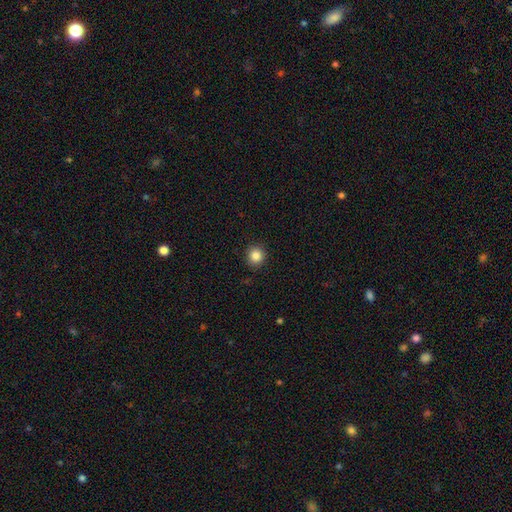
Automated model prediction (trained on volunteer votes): Q: Smooth or featured?
A: smooth (85%); runner-up: star or artifact (11%)
Q: How rounded?
A: round (92%); runner-up: in between (7%)
Q: Merging?
A: none (91%); runner-up: minor disturbance (6%)